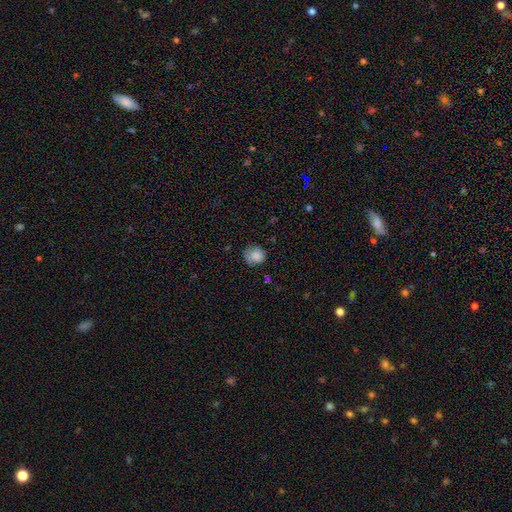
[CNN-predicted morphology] This is clearly a smooth galaxy (82%). How rounded: clearly round (81%). Merging: likely none (66%).